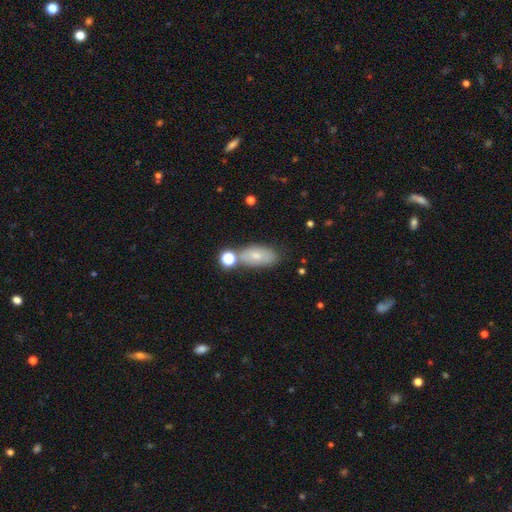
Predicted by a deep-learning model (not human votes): Smooth or featured: smooth — 69% (featured or disk — 21%)
How rounded: in between — 89% (round — 6%)
Merging: none — 59% (minor disturbance — 19%)